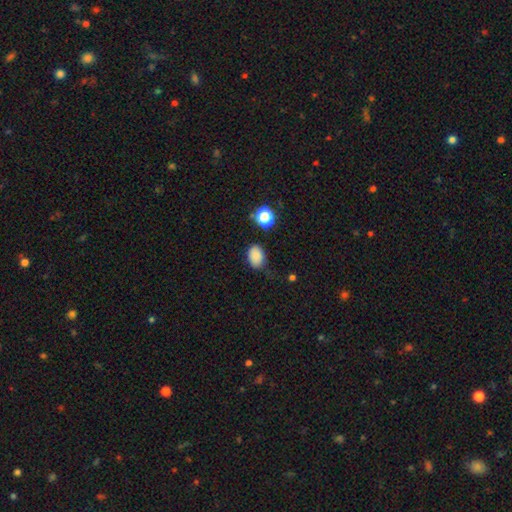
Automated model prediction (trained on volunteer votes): A smooth galaxy with no disk features (85%) that is in between round and cigar-shaped (76%). Merging: none (72%).